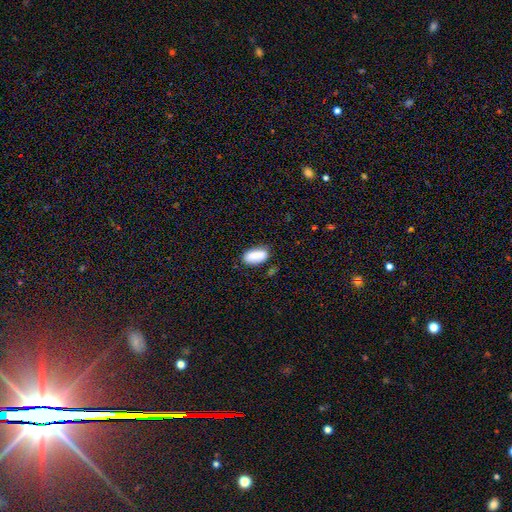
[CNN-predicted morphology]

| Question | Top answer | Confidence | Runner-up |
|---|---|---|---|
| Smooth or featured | smooth | 85% | featured or disk (8%) |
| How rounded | in between | 88% | cigar-shaped (9%) |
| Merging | none | 74% | minor disturbance (18%) |